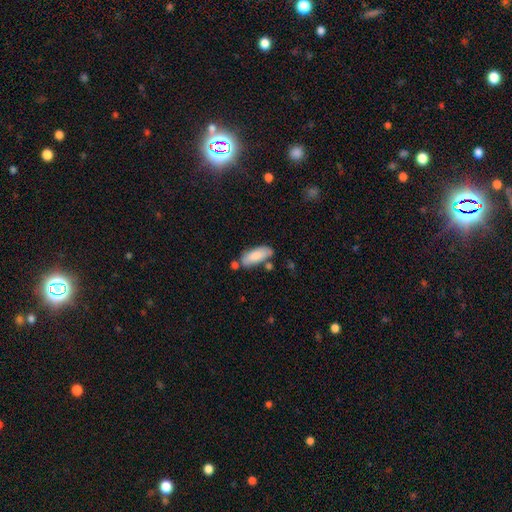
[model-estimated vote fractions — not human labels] This is clearly a smooth galaxy (83%). How rounded: likely in between (78%). Merging: likely none (65%).